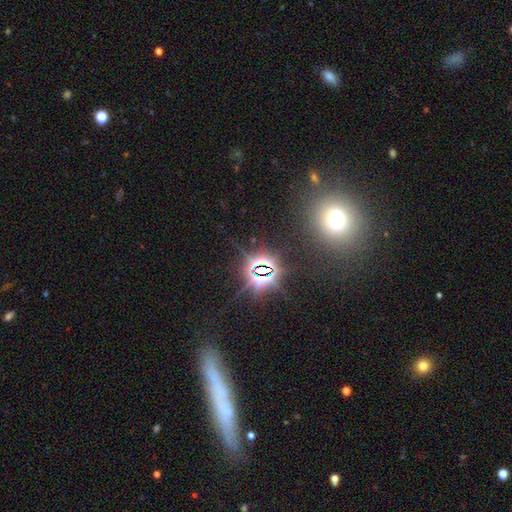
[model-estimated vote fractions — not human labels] The model was most divided on "smooth or featured": smooth: 42%, star or artifact: 37%, featured or disk: 21%. More confident: merging — none (85%).